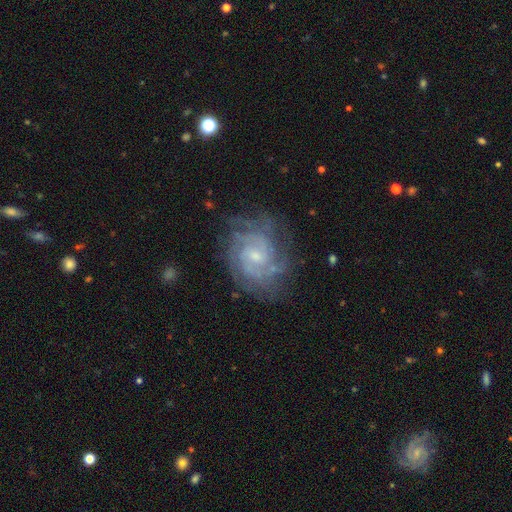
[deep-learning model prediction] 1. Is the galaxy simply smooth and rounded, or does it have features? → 85% featured or disk, 8% smooth, 7% star or artifact.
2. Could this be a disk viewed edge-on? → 97% no, 3% yes.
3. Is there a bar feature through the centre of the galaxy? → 57% no, 37% weak, 6% strong.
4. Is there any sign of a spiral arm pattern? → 96% yes, 4% no.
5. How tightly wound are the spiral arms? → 64% tight, 30% medium, 6% loose.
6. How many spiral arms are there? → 33% can't tell, 20% 2, 18% 3, 16% 4, 7% more than 4, 6% 1.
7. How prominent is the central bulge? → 67% small, 26% moderate, 4% none, 1% large, 1% dominant.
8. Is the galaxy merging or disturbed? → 73% none, 18% minor disturbance, 8% major disturbance, 2% merger.